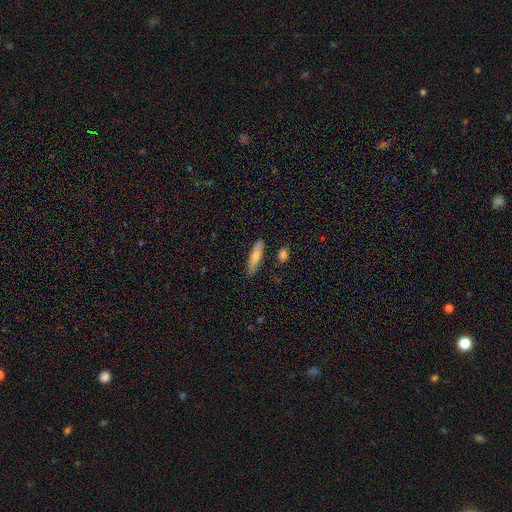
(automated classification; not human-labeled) Smooth or featured: smooth — 76% (featured or disk — 17%)
How rounded: cigar-shaped — 73% (in between — 25%)
Merging: none — 79% (minor disturbance — 14%)